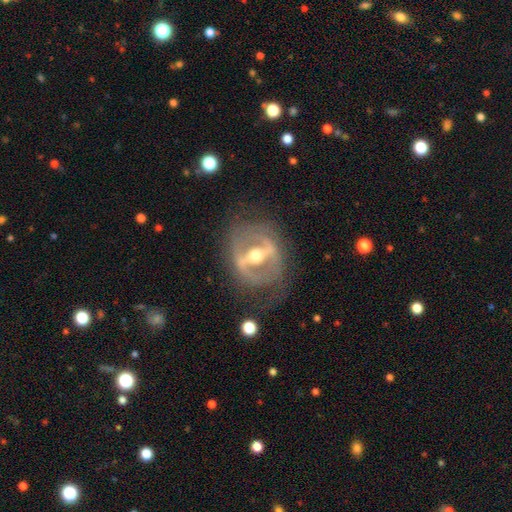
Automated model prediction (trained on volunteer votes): This appears to be a featured or disk galaxy (83%) with a strong bar (76%), no spiral arms (61%) and a moderate central bulge (75%). Merging: none (68%).